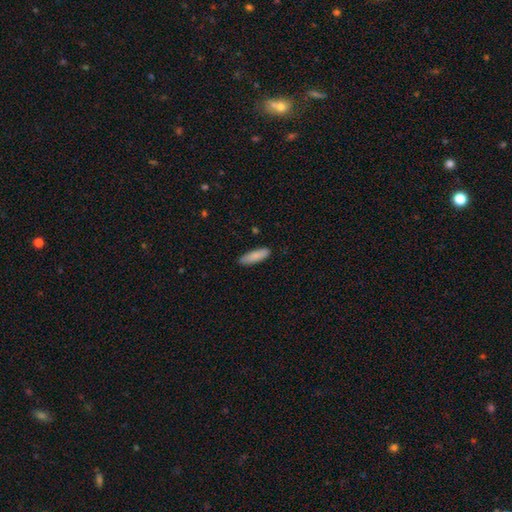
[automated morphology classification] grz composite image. It shows a smooth galaxy with no disk features (87%) that is cigar-shaped (52%). Merging: none (88%).